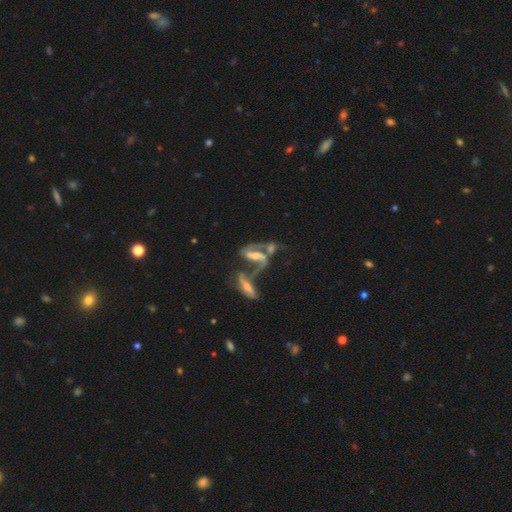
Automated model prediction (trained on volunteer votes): Smooth or featured?
  - featured or disk: 83% *
  - smooth: 10%
  - star or artifact: 7%
Edge-on disk?
  - no: 93% *
  - yes: 7%
Bar?
  - strong: 39% *
  - weak: 38%
  - no: 23%
Spiral arms?
  - yes: 90% *
  - no: 10%
Spiral winding?
  - loose: 48% *
  - medium: 39%
  - tight: 13%
Spiral arm count?
  - 2: 84% *
  - 1: 7%
  - can't tell: 6%
  - 3: 2%
  - 4: 1%
  - more than 4: 1%
Bulge size?
  - moderate: 39% *
  - small: 37%
  - none: 15%
  - large: 7%
  - dominant: 2%
Merging?
  - merger: 56% *
  - none: 19%
  - major disturbance: 16%
  - minor disturbance: 9%